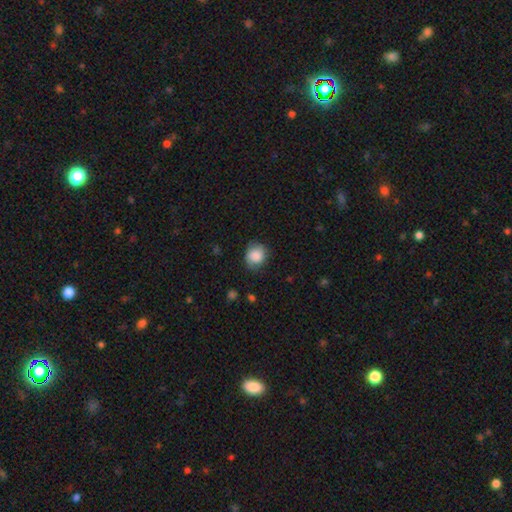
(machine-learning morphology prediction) Smooth or featured: smooth — 84% (featured or disk — 8%)
How rounded: round — 73% (in between — 26%)
Merging: none — 75% (minor disturbance — 19%)